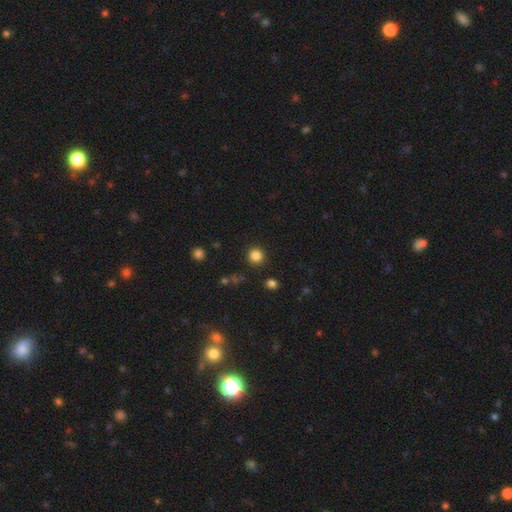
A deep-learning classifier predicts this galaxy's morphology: smooth-or-featured: smooth: 84% | star or artifact: 12% | featured or disk: 4%
  how-rounded: round: 92% | in between: 7% | cigar-shaped: 1%
  merging: none: 90% | minor disturbance: 6% | major disturbance: 2% | merger: 2%